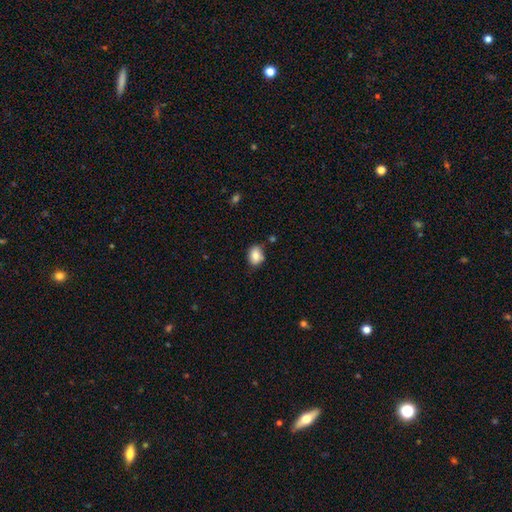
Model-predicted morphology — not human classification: The model was most divided on "how rounded": in between: 69%, round: 30%, cigar-shaped: 1%. More confident: smooth or featured — smooth (85%); merging — none (74%).